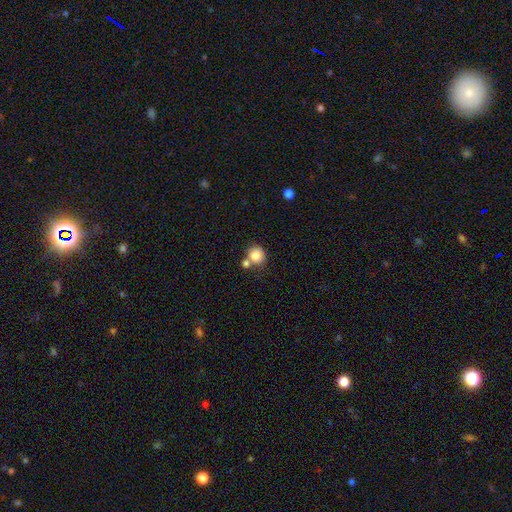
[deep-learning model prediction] Smooth or featured?
  - smooth: 83% *
  - star or artifact: 10%
  - featured or disk: 8%
How rounded?
  - round: 86% *
  - in between: 13%
  - cigar-shaped: 1%
Merging?
  - none: 58% *
  - merger: 27%
  - minor disturbance: 11%
  - major disturbance: 4%